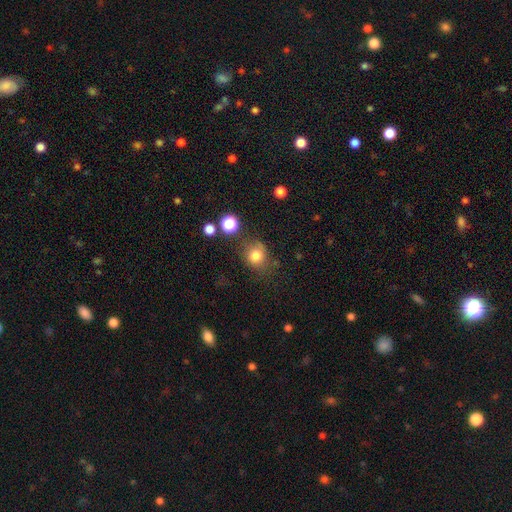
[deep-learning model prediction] smooth_or_featured: smooth (p=0.79) [alt: star or artifact p=0.13]
how_rounded: round (p=0.75) [alt: in between p=0.24]
merging: none (p=0.66) [alt: minor disturbance p=0.20]